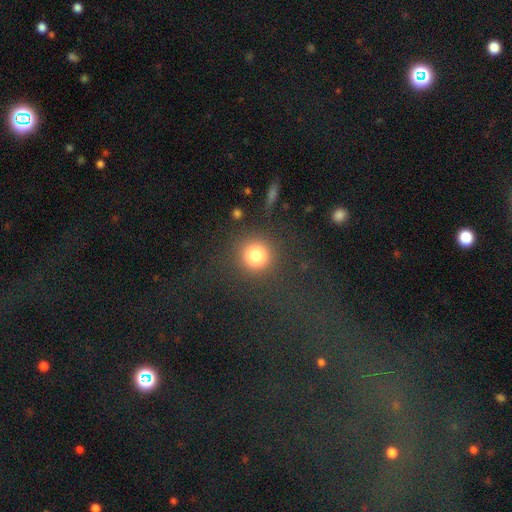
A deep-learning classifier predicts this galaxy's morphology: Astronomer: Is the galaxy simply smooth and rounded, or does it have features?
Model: smooth — 81%.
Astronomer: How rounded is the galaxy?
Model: round — 92%.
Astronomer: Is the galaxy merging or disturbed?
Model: none — 86%.